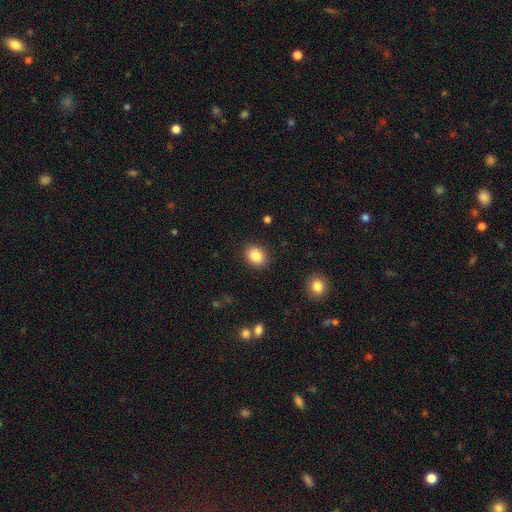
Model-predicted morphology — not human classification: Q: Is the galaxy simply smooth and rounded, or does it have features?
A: smooth — 86%.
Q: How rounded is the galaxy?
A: in between — 55%.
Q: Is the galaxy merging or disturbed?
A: none — 88%.